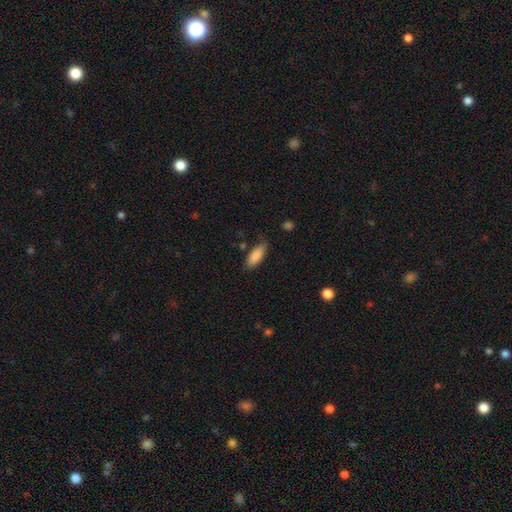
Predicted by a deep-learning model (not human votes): Smooth or featured? smooth (87%)
How rounded? in between (78%)
Merging? none (73%)